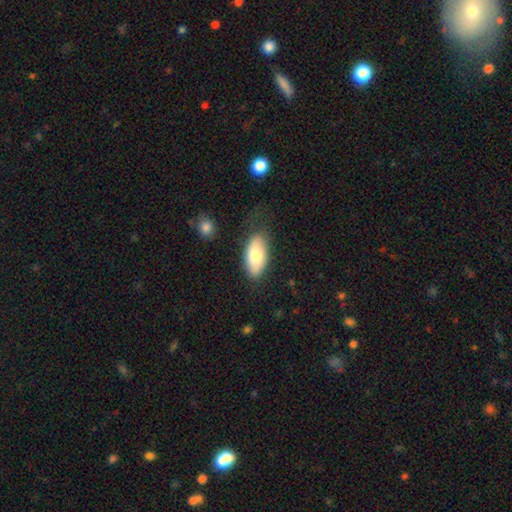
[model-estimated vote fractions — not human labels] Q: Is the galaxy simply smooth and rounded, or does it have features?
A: smooth — 75%.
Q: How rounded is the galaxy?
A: in between — 92%.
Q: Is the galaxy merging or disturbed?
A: none — 77%.